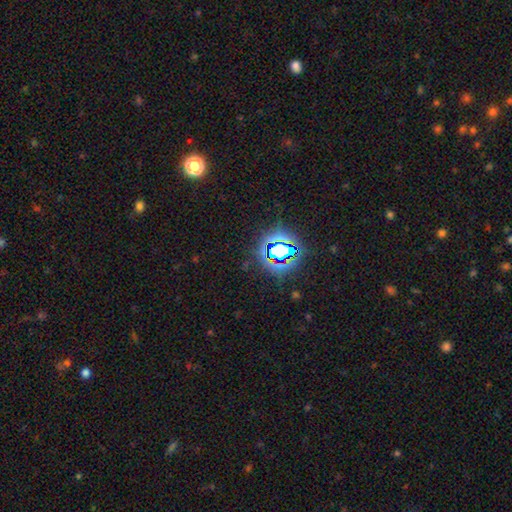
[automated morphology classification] A star or artifact, not a galaxy (80%).